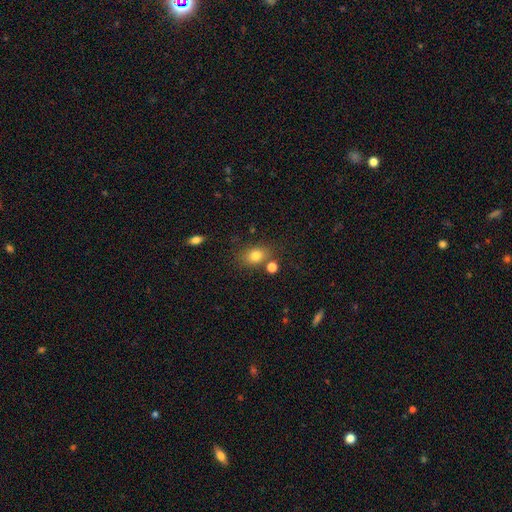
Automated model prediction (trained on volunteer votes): The model was most divided on "how rounded": in between: 67%, round: 32%, cigar-shaped: 2%. More confident: smooth or featured — smooth (80%); merging — none (71%).